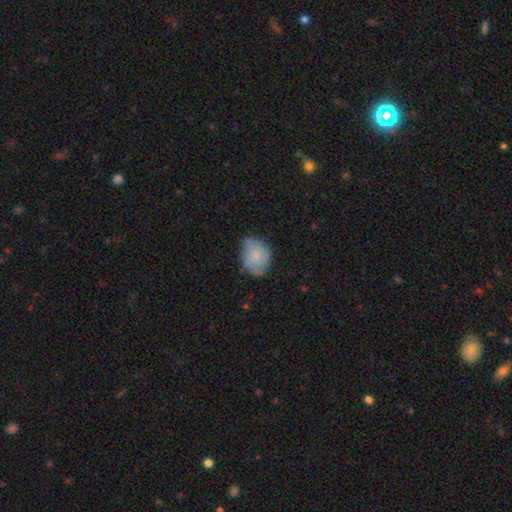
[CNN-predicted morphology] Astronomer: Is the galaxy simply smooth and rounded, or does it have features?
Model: smooth — 69%.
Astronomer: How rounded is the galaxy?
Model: in between — 61% (runner-up: round, 38%).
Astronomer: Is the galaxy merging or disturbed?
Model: none — 54% (runner-up: minor disturbance, 35%).